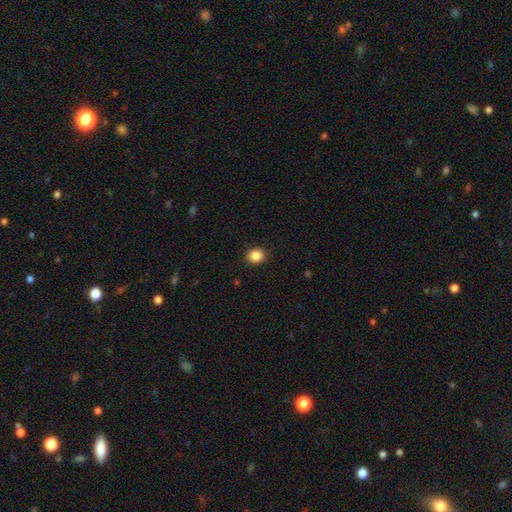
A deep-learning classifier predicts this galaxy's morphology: smooth-or-featured: smooth: 86% | star or artifact: 10% | featured or disk: 4%
  how-rounded: round: 75% | in between: 24% | cigar-shaped: 1%
  merging: none: 91% | minor disturbance: 6% | major disturbance: 2% | merger: 1%